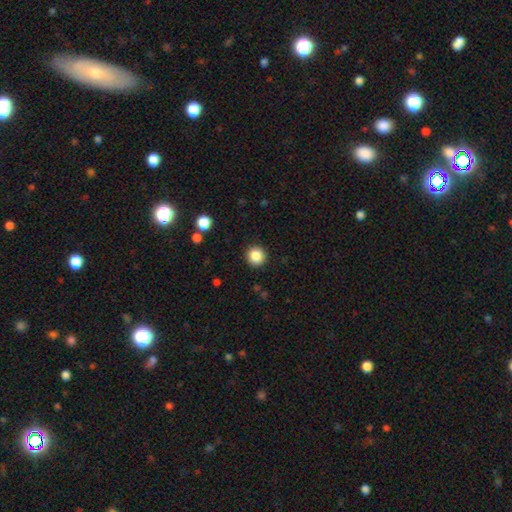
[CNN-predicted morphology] The model was most divided on "smooth or featured": smooth: 86%, star or artifact: 10%, featured or disk: 4%. More confident: how rounded — round (94%); merging — none (91%).